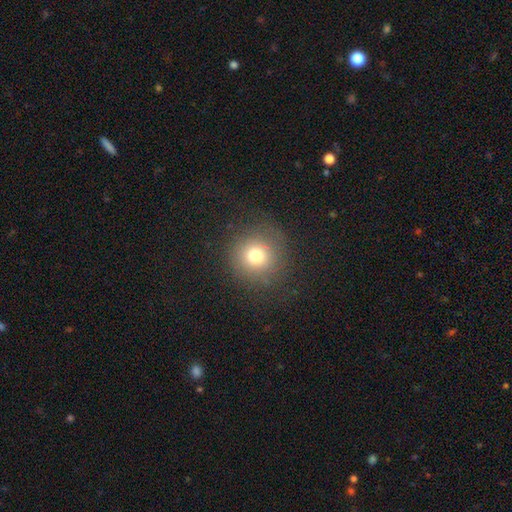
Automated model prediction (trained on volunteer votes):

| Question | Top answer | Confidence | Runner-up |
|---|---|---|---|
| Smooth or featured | smooth | 75% | star or artifact (15%) |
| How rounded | round | 93% | in between (6%) |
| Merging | none | 83% | minor disturbance (10%) |